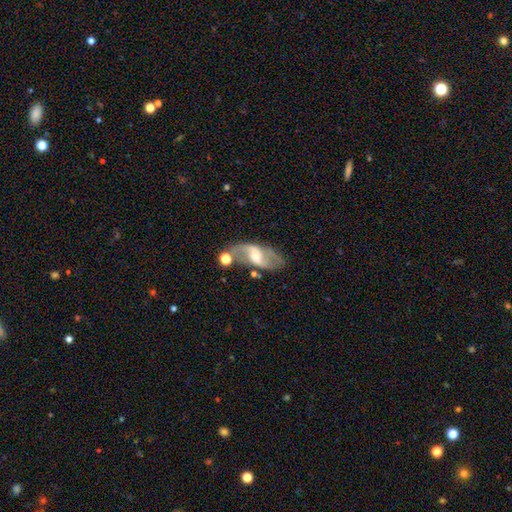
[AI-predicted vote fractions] This is likely a featured or disk galaxy (75%). It is clearly not viewed edge-on (92%). Bar: possibly weak (47%). Spiral arm pattern: clearly yes (88%). Spiral arm count: clearly 2 (88%). Spiral winding: possibly loose (51%). Central bulge: marginally moderate (44%). Merging: likely none (60%).